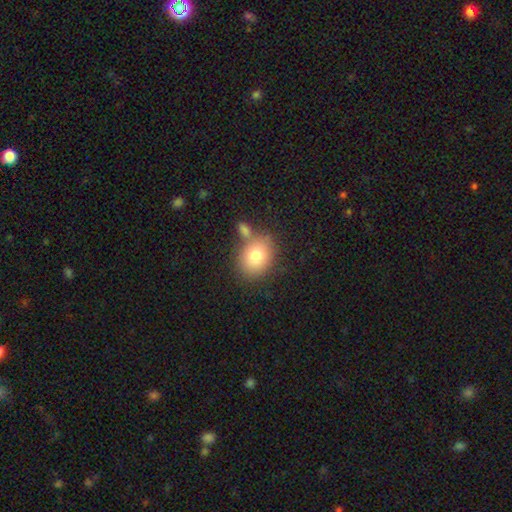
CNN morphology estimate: Smooth or featured?
  - smooth: 79% *
  - featured or disk: 12%
  - star or artifact: 9%
How rounded?
  - in between: 52% *
  - round: 47%
  - cigar-shaped: 1%
Merging?
  - none: 65% *
  - merger: 17%
  - minor disturbance: 13%
  - major disturbance: 4%